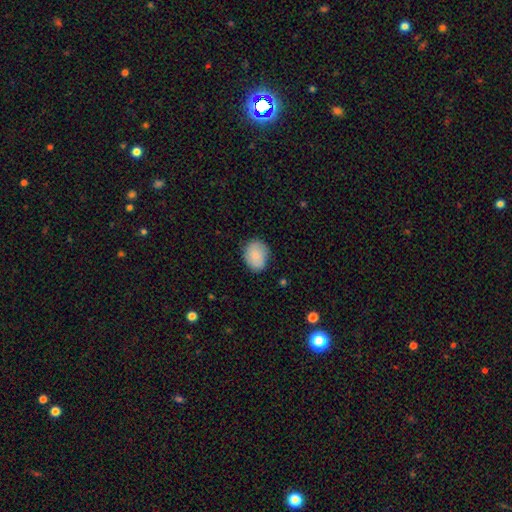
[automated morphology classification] type=smooth (84%); roundness=in between (54%); merging=none (80%).